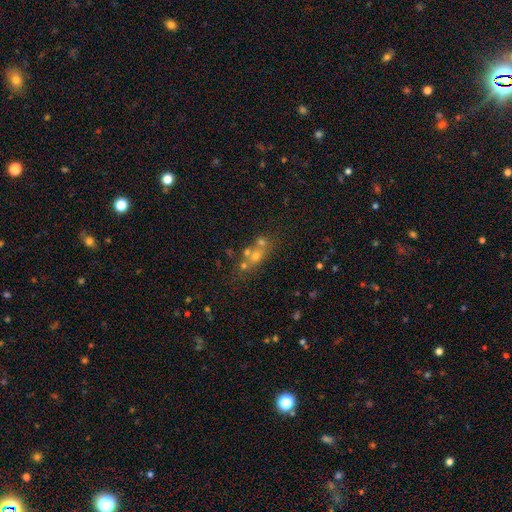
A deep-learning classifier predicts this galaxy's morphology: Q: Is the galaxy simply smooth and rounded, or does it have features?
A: smooth — 44%.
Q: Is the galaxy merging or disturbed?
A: none — 44%.